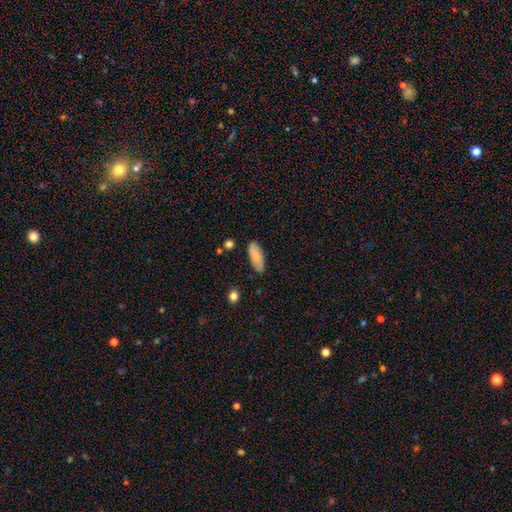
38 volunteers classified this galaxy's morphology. Smooth or featured?
  - smooth: 84% *
  - featured or disk: 11%
  - star or artifact: 5%
How rounded?
  - in between: 62% *
  - cigar-shaped: 34%
  - round: 3%
Merging?
  - none: 86% *
  - minor disturbance: 8%
  - major disturbance: 3%
  - merger: 3%